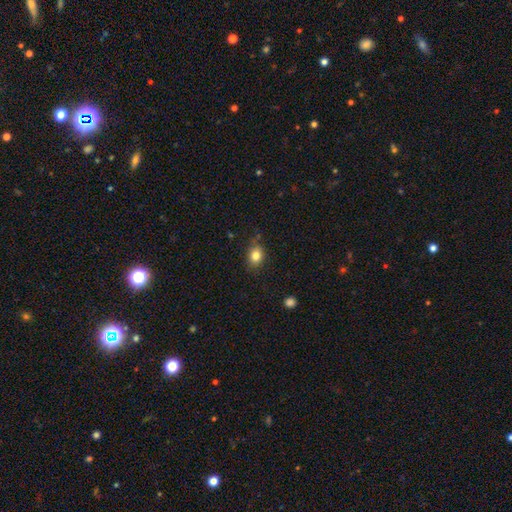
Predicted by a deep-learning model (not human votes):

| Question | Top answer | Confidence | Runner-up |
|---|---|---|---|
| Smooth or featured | smooth | 82% | star or artifact (10%) |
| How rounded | in between | 55% | round (44%) |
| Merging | none | 77% | minor disturbance (17%) |